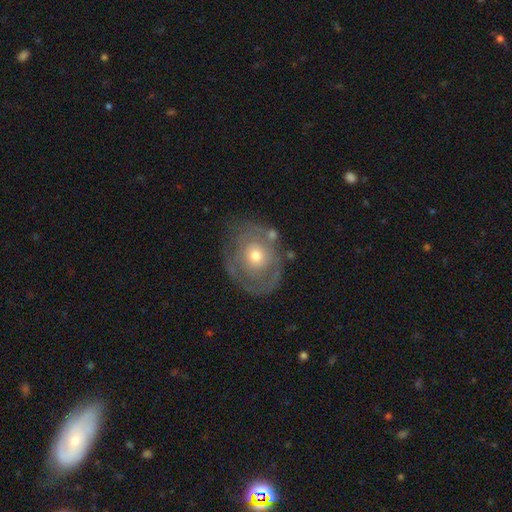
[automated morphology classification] This appears to be a featured or disk galaxy (65%) with no bar (87%), no spiral arms (51%) and a moderate central bulge (59%). Merging: none (67%).